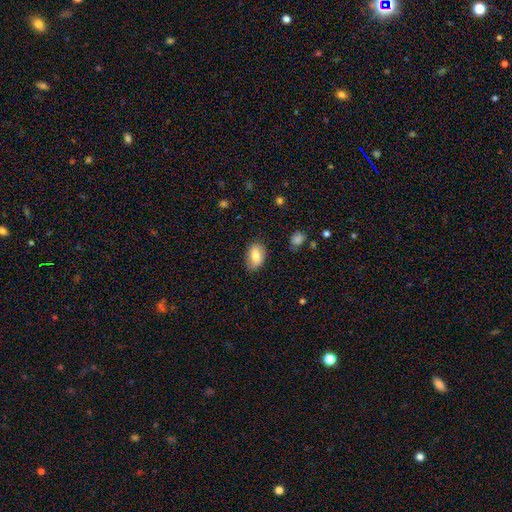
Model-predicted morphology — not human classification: A smooth galaxy with no disk features (77%) that is in between round and cigar-shaped (89%). Merging: none (77%).